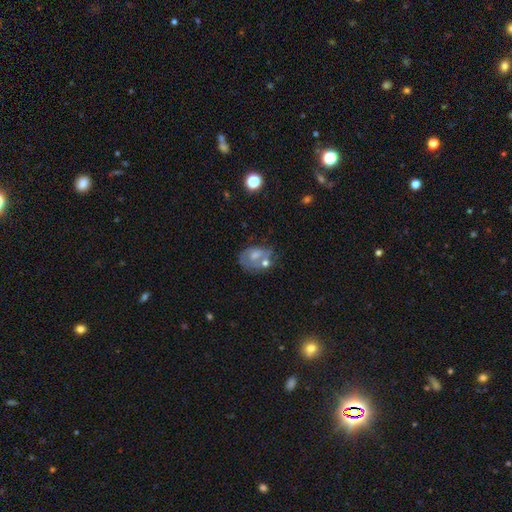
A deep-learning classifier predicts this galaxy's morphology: This appears to be a featured or disk galaxy (49%). Merging: none (31%).